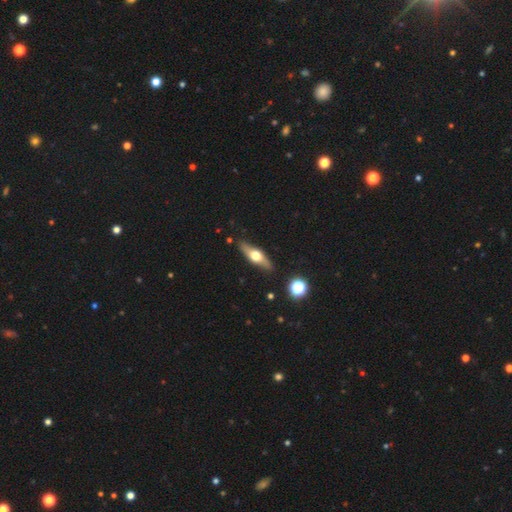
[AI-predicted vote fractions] This is possibly a featured or disk galaxy (55%). It is clearly viewed edge-on (86%). Merging: clearly none (86%).